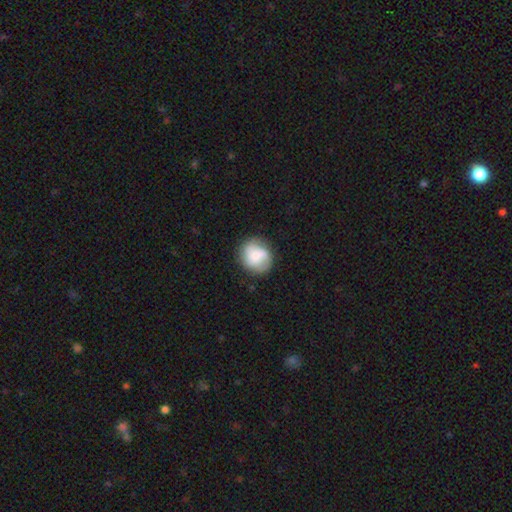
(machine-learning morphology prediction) This appears to be a smooth galaxy with no disk features (60%) that is round (82%). Merging: none (71%).